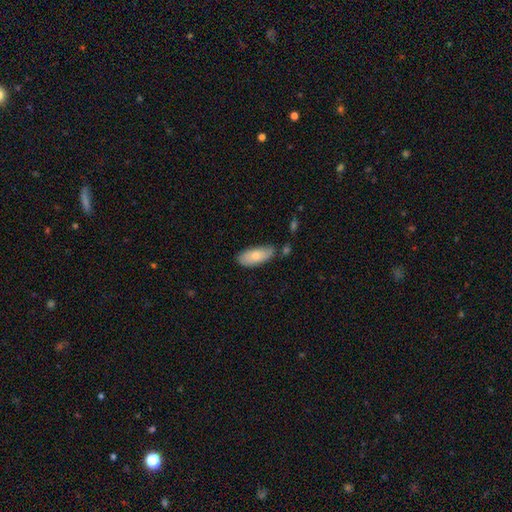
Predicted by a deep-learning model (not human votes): Smooth or featured? smooth (77%)
How rounded? in between (85%)
Merging? none (68%)